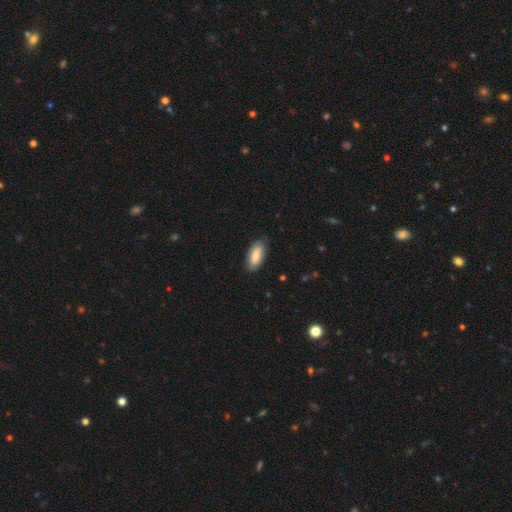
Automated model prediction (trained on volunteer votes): A smooth galaxy with no disk features (83%) that is in between round and cigar-shaped (85%). Merging: none (82%).